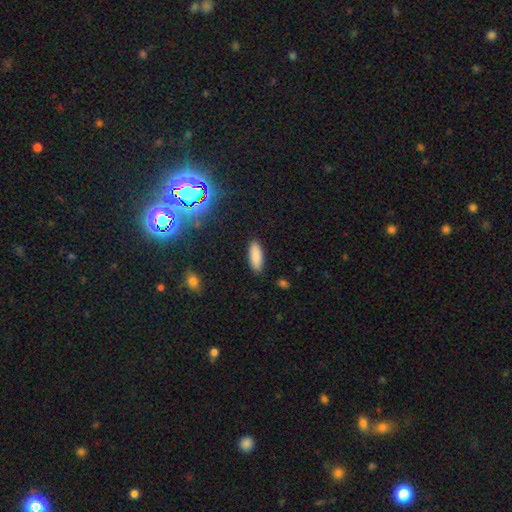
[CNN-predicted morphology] This appears to be a smooth galaxy with no disk features (87%) that is in between round and cigar-shaped (69%). Merging: none (89%).